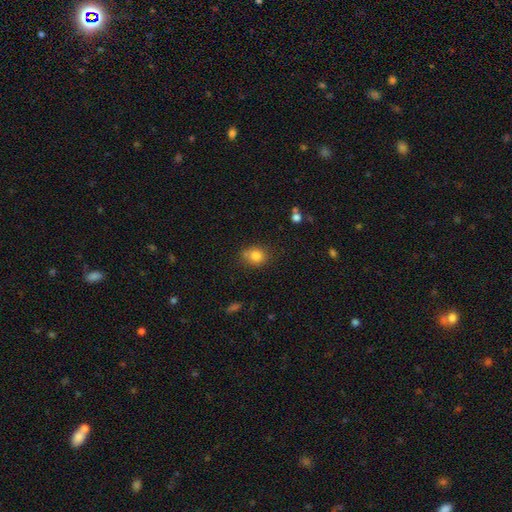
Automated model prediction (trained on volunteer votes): smooth 81%, star or artifact 11%, featured or disk 8%. Down the decision tree: how rounded — round (69%); merging — none (68%).